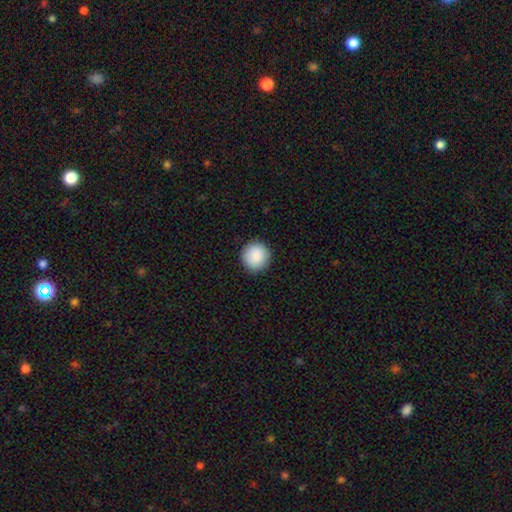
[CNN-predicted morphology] smooth_or_featured: smooth (p=0.89) [alt: star or artifact p=0.07]
how_rounded: round (p=0.94) [alt: in between p=0.05]
merging: none (p=0.91) [alt: minor disturbance p=0.06]